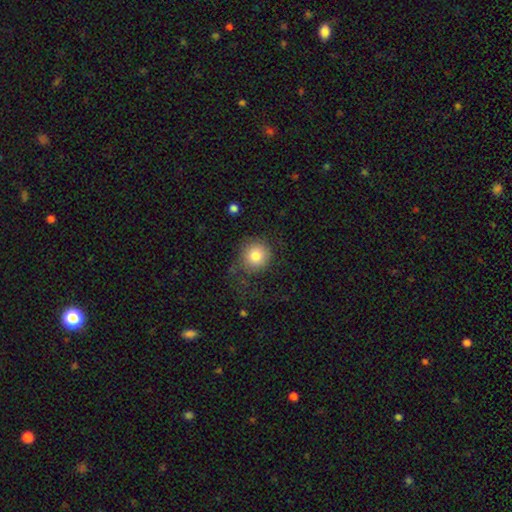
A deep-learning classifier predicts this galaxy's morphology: Smooth or featured? Predicted: smooth (p=0.81). How rounded? Predicted: round (p=0.91). Merging? Predicted: none (p=0.66).